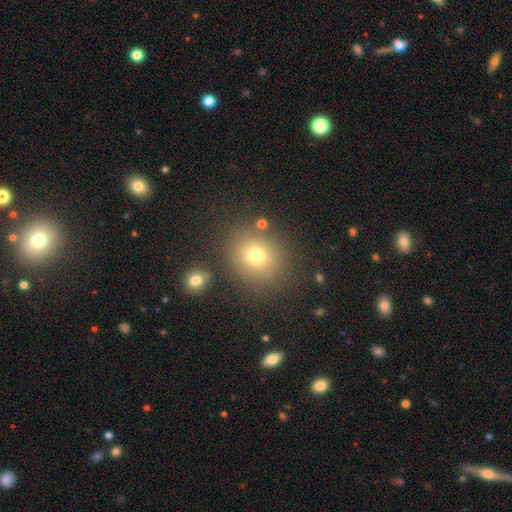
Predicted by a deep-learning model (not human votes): Morphology: type=smooth (73%); roundness=round (76%); merging=none (82%).